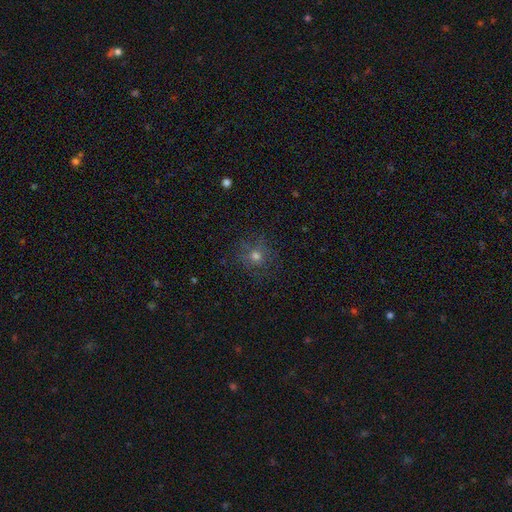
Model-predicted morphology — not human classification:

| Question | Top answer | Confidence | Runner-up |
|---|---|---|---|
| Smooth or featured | smooth | 53% | star or artifact (30%) |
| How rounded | round | 89% | in between (10%) |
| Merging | none | 80% | minor disturbance (12%) |